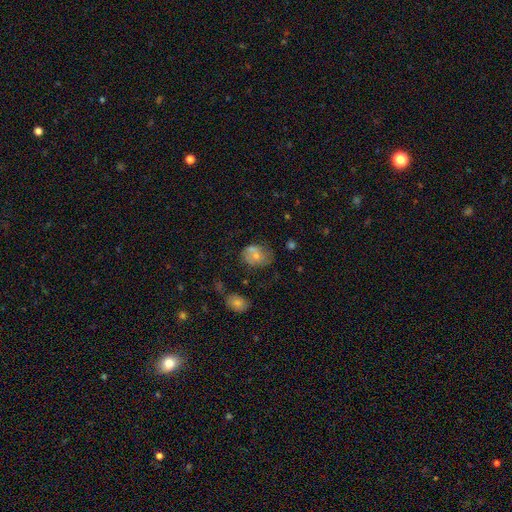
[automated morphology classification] Q: Smooth or featured?
A: smooth (49%); runner-up: featured or disk (33%)
Q: Merging?
A: none (54%); runner-up: minor disturbance (23%)